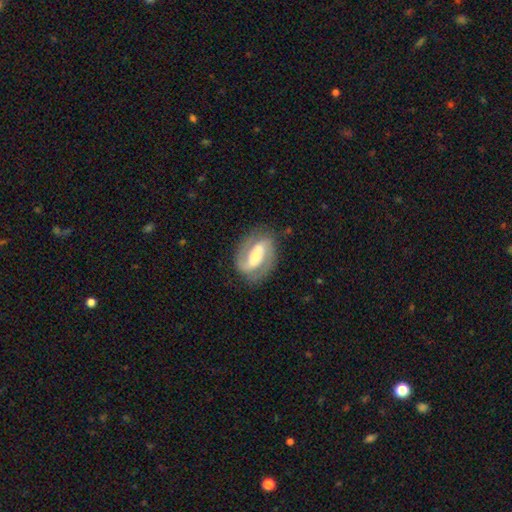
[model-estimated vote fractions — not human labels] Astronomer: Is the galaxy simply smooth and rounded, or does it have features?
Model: featured or disk — 82%.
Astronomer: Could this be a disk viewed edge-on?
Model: no — 96%.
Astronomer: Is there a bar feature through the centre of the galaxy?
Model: strong — 56%.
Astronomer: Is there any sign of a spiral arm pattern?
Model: yes — 91%.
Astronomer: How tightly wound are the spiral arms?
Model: medium — 47% (runner-up: tight, 34%).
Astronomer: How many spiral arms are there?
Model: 2 — 89%.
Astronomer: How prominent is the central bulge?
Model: moderate — 49% (runner-up: small, 35%).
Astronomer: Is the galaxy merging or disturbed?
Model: none — 79%.